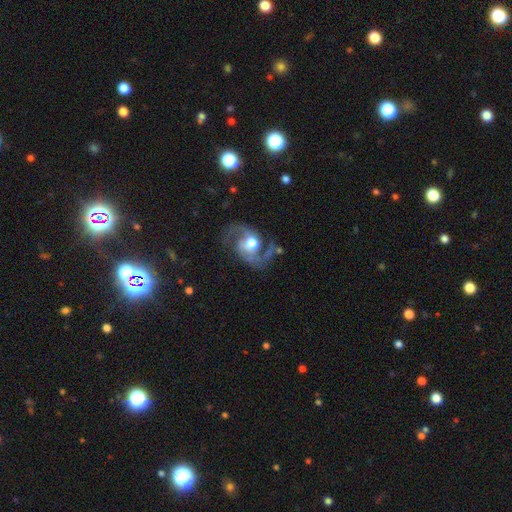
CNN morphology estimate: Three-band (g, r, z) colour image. It shows a featured or disk galaxy (89%) with no bar (57%), 2 (93%) medium (54%) spiral arms (96%) and a moderate central bulge (68%). Merging: none (71%).